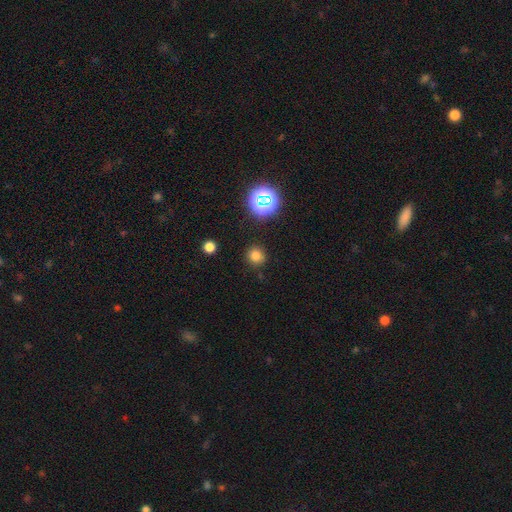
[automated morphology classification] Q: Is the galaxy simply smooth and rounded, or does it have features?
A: smooth — 75%.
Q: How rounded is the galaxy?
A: round — 92%.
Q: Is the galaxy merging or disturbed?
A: none — 90%.